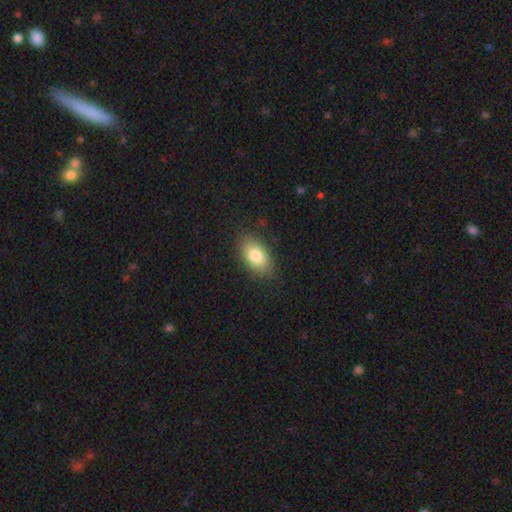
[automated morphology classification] This appears to be a smooth galaxy with no disk features (82%) that is in between round and cigar-shaped (91%). Merging: none (85%).